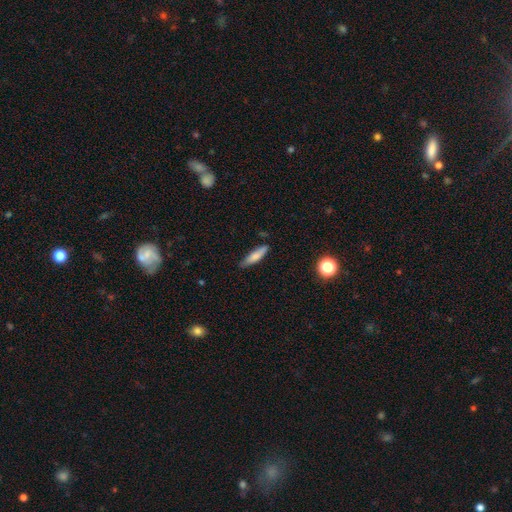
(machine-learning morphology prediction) smooth-or-featured: smooth: 75% | featured or disk: 18% | star or artifact: 7%
  how-rounded: cigar-shaped: 74% | in between: 24% | round: 2%
  merging: none: 79% | minor disturbance: 16% | major disturbance: 3% | merger: 2%